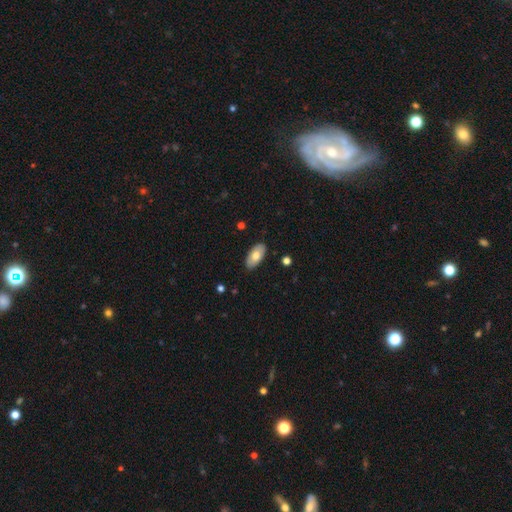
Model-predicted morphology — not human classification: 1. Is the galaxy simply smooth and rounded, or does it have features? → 70% smooth, 24% featured or disk, 6% star or artifact.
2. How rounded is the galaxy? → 94% in between, 4% cigar-shaped, 3% round.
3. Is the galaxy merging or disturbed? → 87% none, 10% minor disturbance, 2% major disturbance, 1% merger.